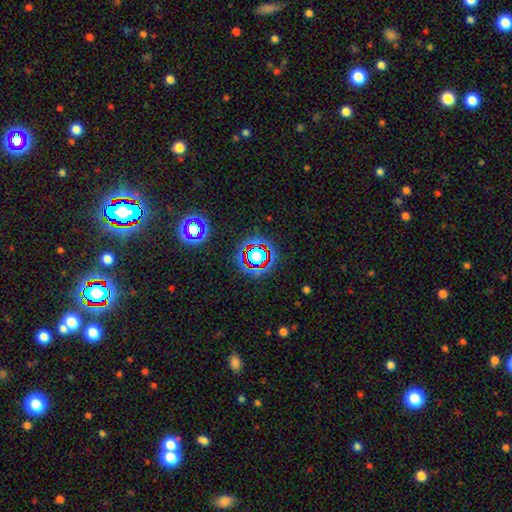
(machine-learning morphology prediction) Smooth or featured: star or artifact — 60% (smooth — 27%)